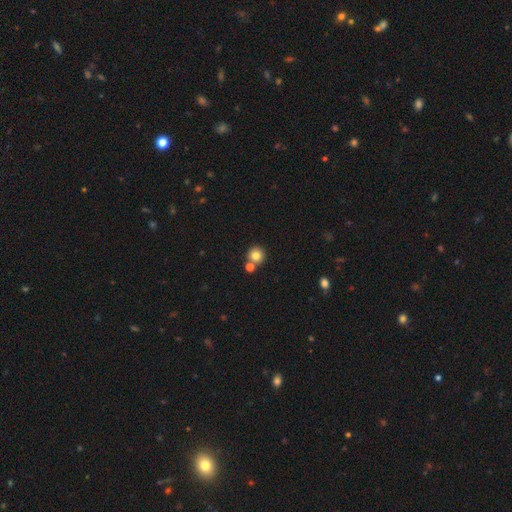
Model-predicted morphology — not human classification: Smooth or featured? Predicted: smooth (p=0.81). How rounded? Predicted: round (p=0.92). Merging? Predicted: none (p=0.68).